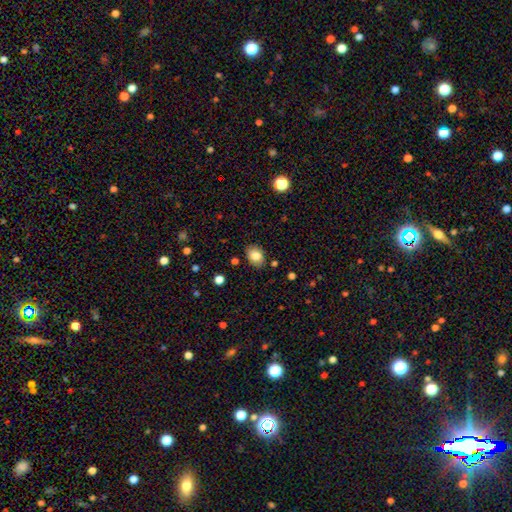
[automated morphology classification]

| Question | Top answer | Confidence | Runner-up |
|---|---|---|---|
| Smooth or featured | smooth | 82% | featured or disk (10%) |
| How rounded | in between | 71% | round (28%) |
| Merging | none | 84% | minor disturbance (11%) |